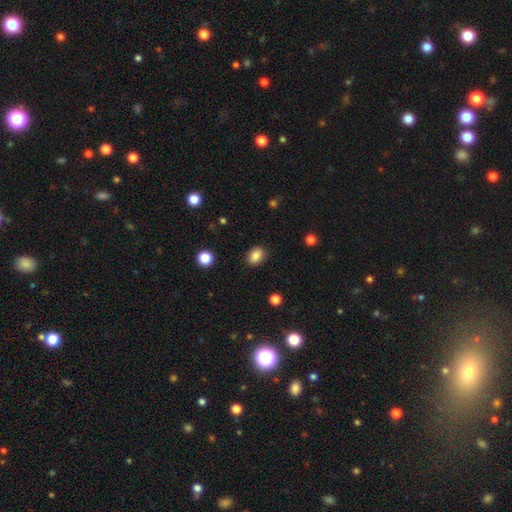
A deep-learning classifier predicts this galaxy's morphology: type=smooth (86%); roundness=in between (70%); merging=none (89%).